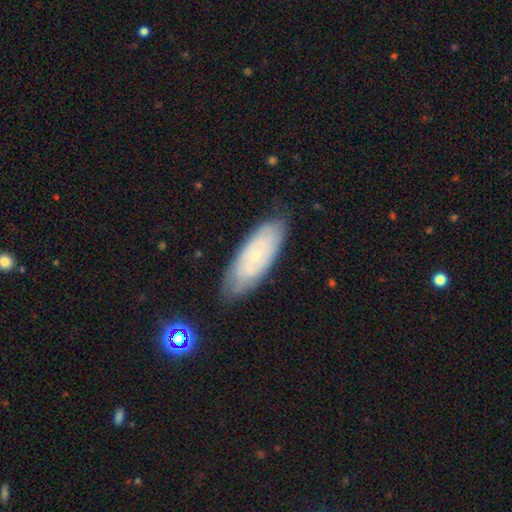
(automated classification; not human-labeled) Overall: featured or disk (53%; smooth 39%). Edge-on disk: no (86%). Merging: none (78%).